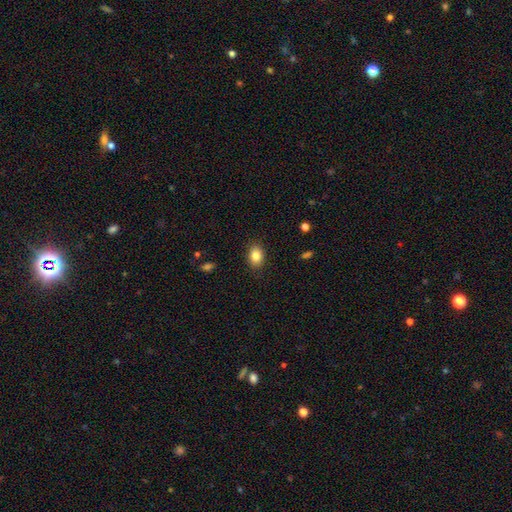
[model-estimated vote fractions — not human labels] smooth 85%, star or artifact 9%, featured or disk 6%. Down the decision tree: how rounded — in between (77%); merging — none (88%).